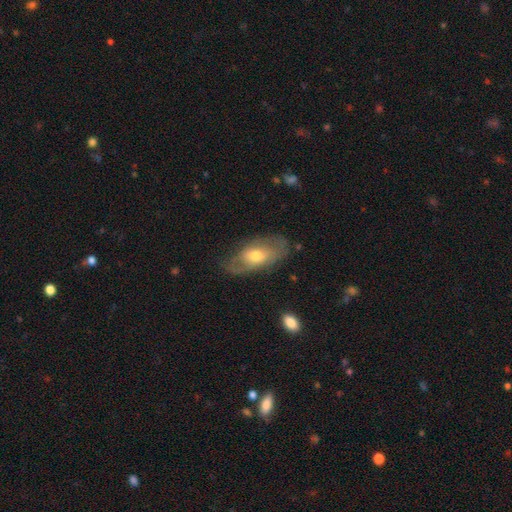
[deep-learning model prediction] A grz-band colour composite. It shows a featured or disk galaxy (61%) with no bar (62%), spiral arms (69%) and a moderate central bulge (63%). Merging: none (69%).